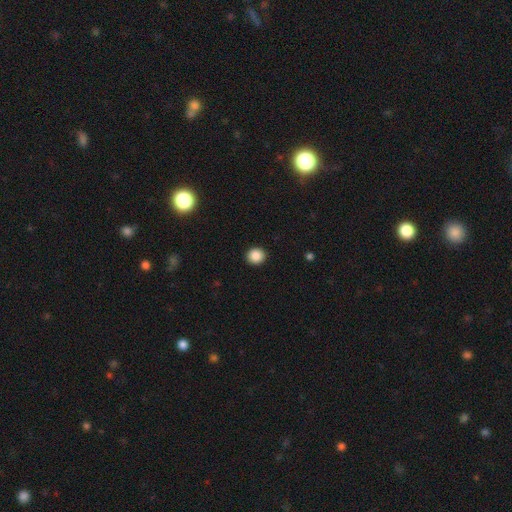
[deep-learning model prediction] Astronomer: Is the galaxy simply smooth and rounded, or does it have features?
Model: smooth — 88%.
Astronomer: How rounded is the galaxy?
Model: round — 86%.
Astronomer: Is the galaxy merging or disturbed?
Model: none — 92%.